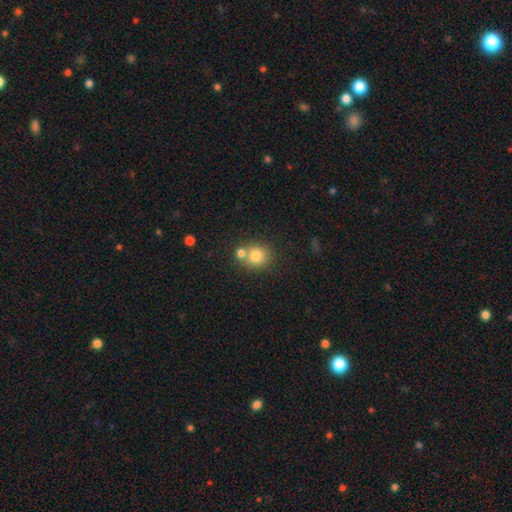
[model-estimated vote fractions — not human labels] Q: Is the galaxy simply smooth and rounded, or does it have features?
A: smooth — 78%.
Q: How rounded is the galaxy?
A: round — 85%.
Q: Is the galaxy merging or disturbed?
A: none — 56%.